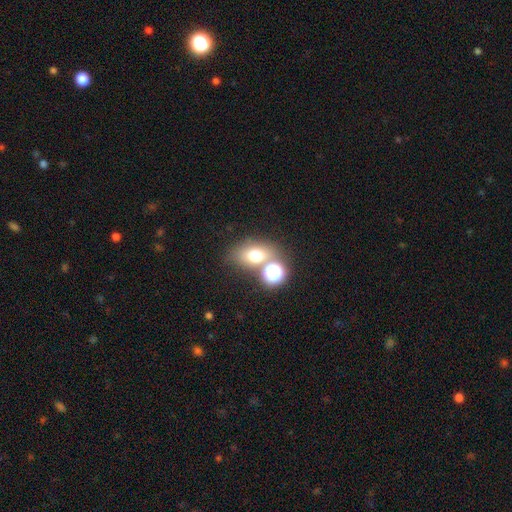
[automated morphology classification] smooth-or-featured: smooth: 67% | star or artifact: 18% | featured or disk: 15%
  how-rounded: in between: 62% | round: 36% | cigar-shaped: 2%
  merging: none: 57% | merger: 25% | minor disturbance: 12% | major disturbance: 6%